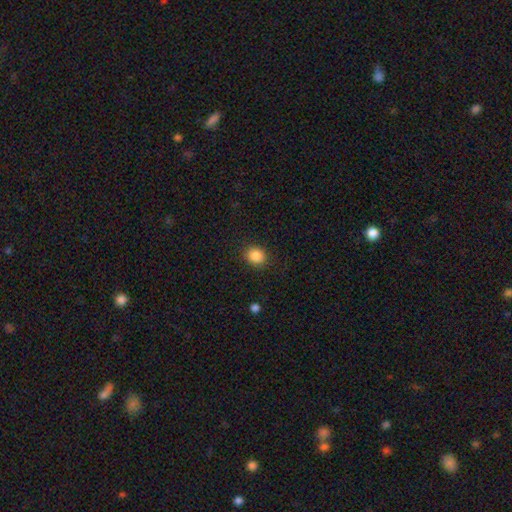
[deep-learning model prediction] The model was most divided on "how rounded": round: 68%, in between: 31%, cigar-shaped: 1%. More confident: merging — none (88%); smooth or featured — smooth (87%).